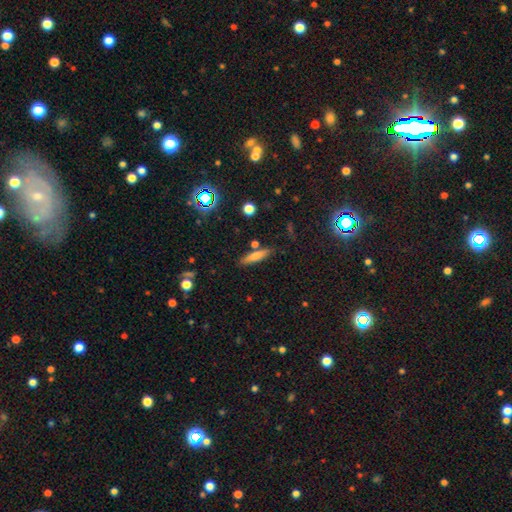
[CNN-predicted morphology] A smooth galaxy with no disk features (71%) that is cigar-shaped (78%).

Vote fractions:
- Smooth or featured? smooth: 71% / featured or disk: 19% / star or artifact: 10%
- How rounded? cigar-shaped: 78% / in between: 20% / round: 2%
- Merging? none: 81% / minor disturbance: 11% / merger: 6% / major disturbance: 3%